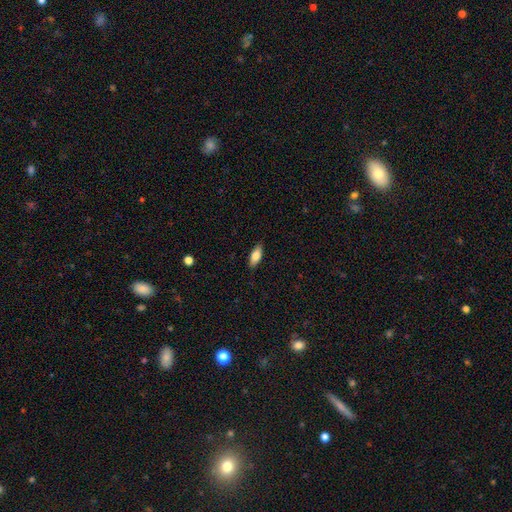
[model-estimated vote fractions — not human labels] Q: Smooth or featured?
A: smooth (78%); runner-up: featured or disk (16%)
Q: How rounded?
A: in between (80%); runner-up: cigar-shaped (18%)
Q: Merging?
A: none (88%); runner-up: minor disturbance (10%)